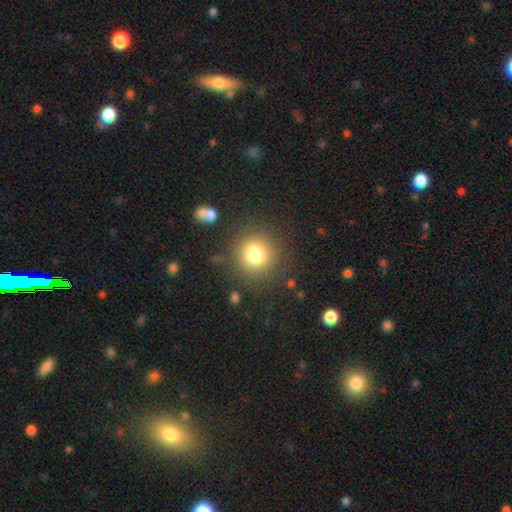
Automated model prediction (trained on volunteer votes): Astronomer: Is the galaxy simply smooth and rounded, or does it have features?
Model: smooth — 80%.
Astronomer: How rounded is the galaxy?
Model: round — 87%.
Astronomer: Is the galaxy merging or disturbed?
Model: none — 83%.